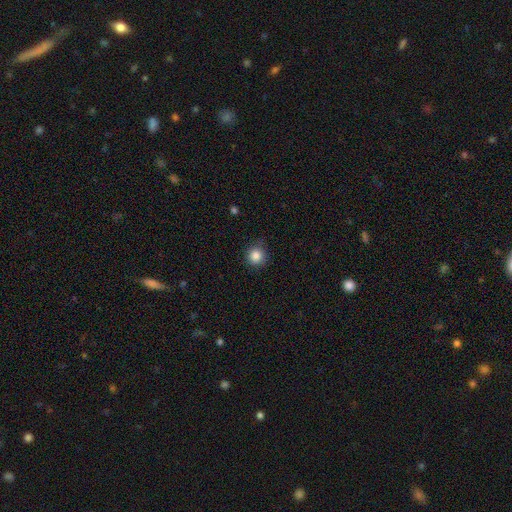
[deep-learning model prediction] The model was most divided on "merging": none: 84%, minor disturbance: 12%, major disturbance: 3%, merger: 1%. More confident: how rounded — round (94%); smooth or featured — smooth (85%).